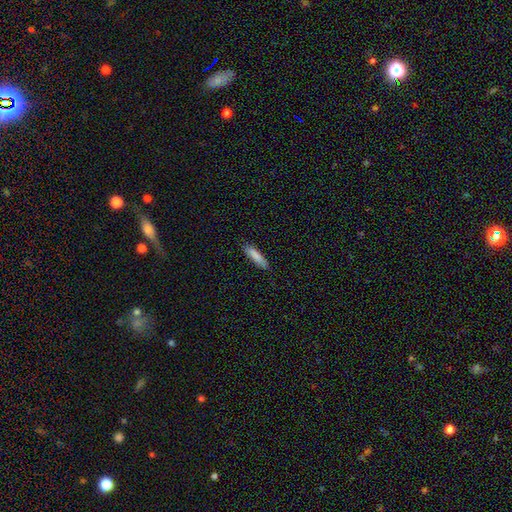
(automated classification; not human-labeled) Q: Smooth or featured?
A: smooth (85%); runner-up: featured or disk (9%)
Q: How rounded?
A: cigar-shaped (77%); runner-up: in between (22%)
Q: Merging?
A: none (84%); runner-up: minor disturbance (12%)